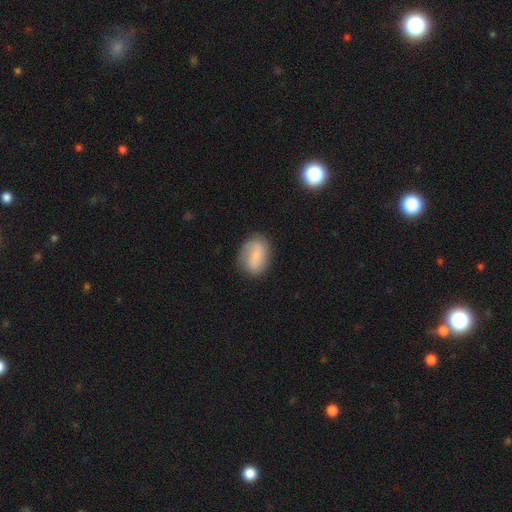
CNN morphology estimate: type=smooth (53%); roundness=in between (66%); merging=none (75%).